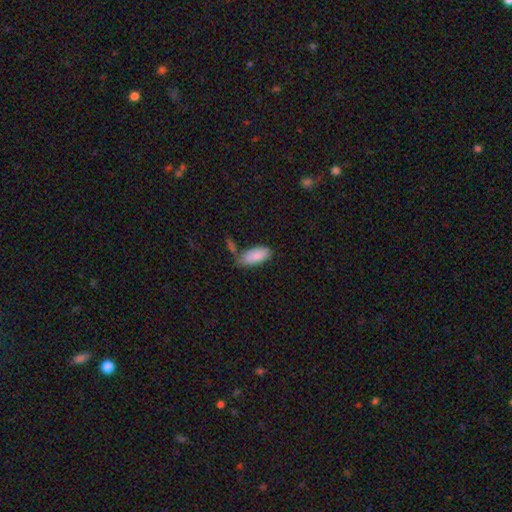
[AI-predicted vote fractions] Smooth or featured: smooth — 87% (featured or disk — 7%)
How rounded: in between — 86% (cigar-shaped — 12%)
Merging: none — 54% (minor disturbance — 24%)